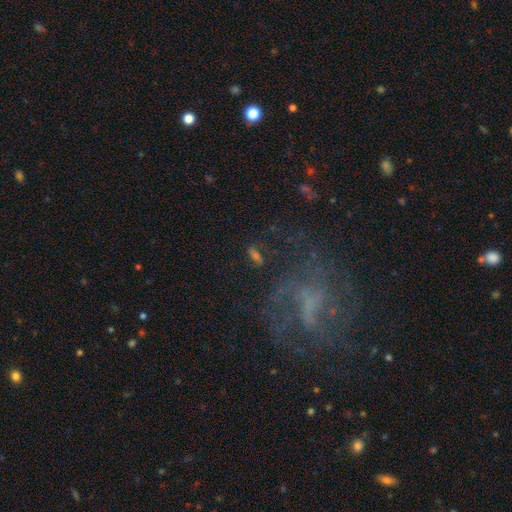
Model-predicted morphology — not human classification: A featured or disk galaxy (42%). Merging: none (60%).